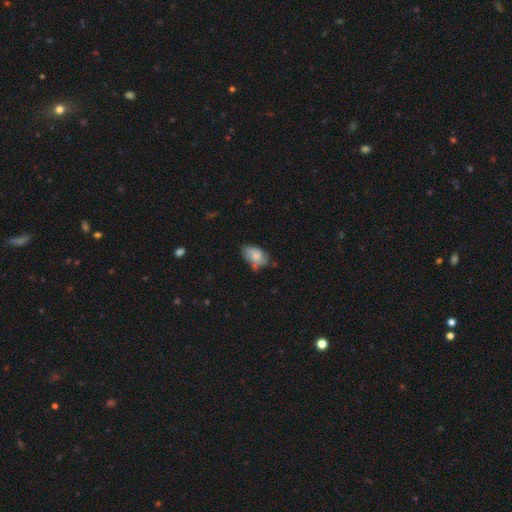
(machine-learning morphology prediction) A smooth galaxy with no disk features (75%) that is in between round and cigar-shaped (89%).

Vote fractions:
- Smooth or featured? smooth: 75% / featured or disk: 18% / star or artifact: 8%
- How rounded? in between: 89% / round: 9% / cigar-shaped: 1%
- Merging? none: 45% / minor disturbance: 37% / major disturbance: 12% / merger: 6%